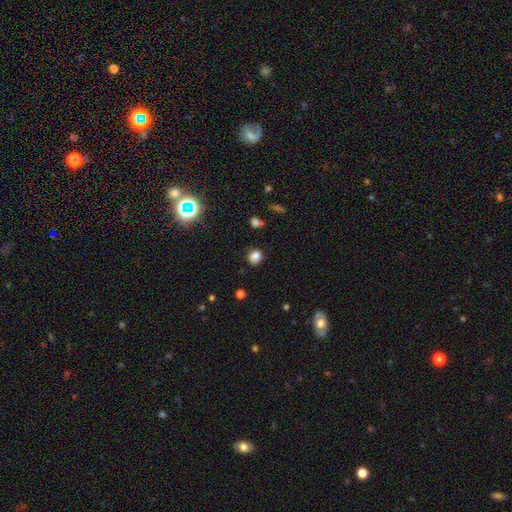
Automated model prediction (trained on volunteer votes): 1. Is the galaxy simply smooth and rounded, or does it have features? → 81% smooth, 14% star or artifact, 5% featured or disk.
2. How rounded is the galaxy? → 69% round, 30% in between, 1% cigar-shaped.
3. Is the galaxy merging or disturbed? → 84% none, 11% minor disturbance, 3% major disturbance, 2% merger.